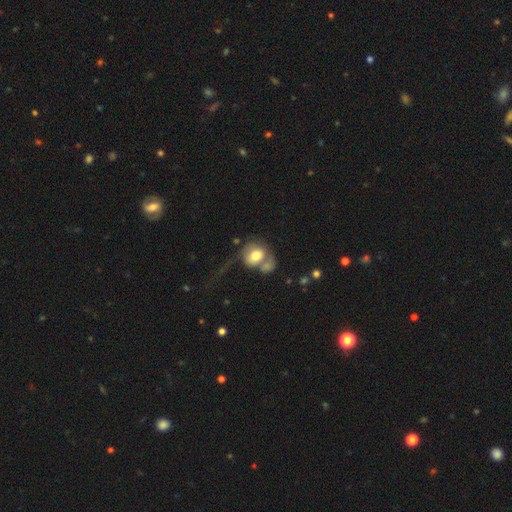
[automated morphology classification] The model was most divided on "merging": merger: 40%, major disturbance: 28%, none: 20%, minor disturbance: 12%. More confident: smooth or featured — smooth (61%); how rounded — round (59%).